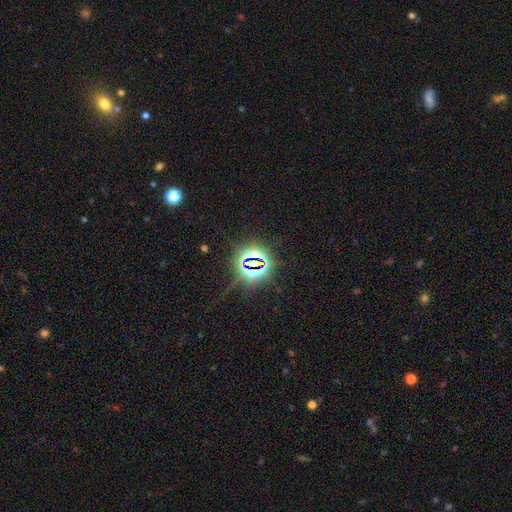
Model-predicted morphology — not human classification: smooth_or_featured: star or artifact (p=0.80) [alt: smooth p=0.12]